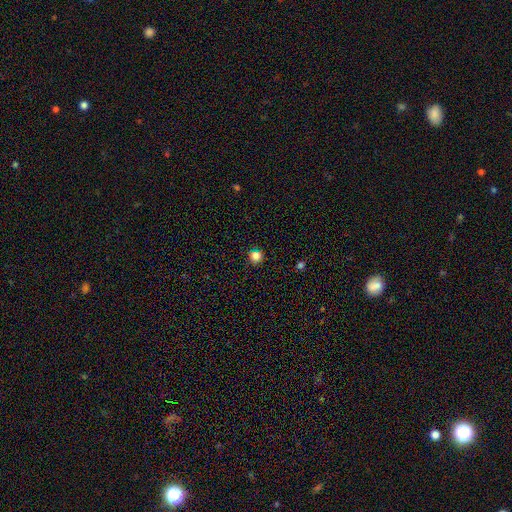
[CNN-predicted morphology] Smooth or featured?
  - smooth: 82% *
  - star or artifact: 14%
  - featured or disk: 4%
How rounded?
  - round: 92% *
  - in between: 7%
  - cigar-shaped: 1%
Merging?
  - none: 90% *
  - minor disturbance: 7%
  - major disturbance: 2%
  - merger: 1%